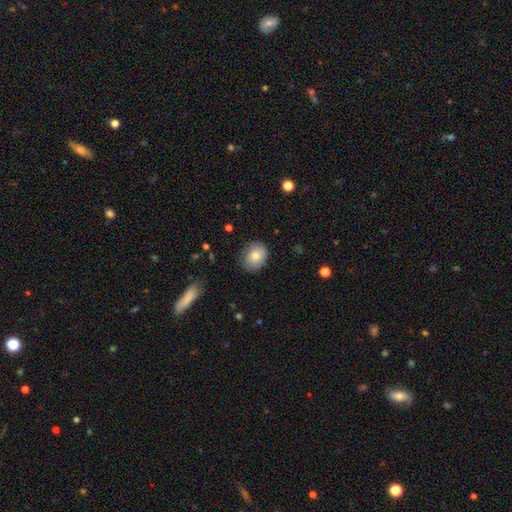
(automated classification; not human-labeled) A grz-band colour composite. It shows a smooth galaxy with no disk features (80%) that is round (53%). Merging: none (77%).